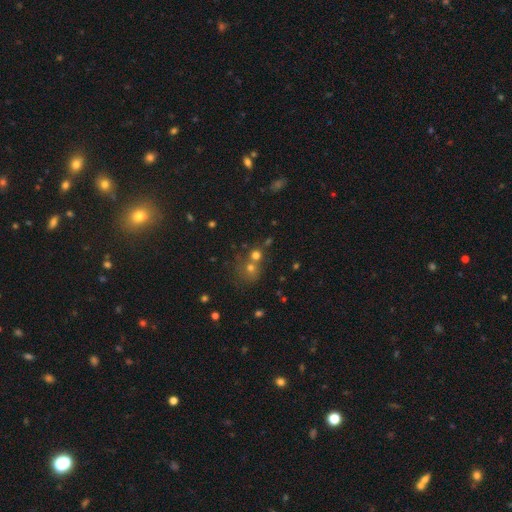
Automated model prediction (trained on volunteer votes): The model was most divided on "merging" (2-way tie): merger: 45%, none: 45%, minor disturbance: 7%, major disturbance: 4%. More confident: how rounded — round (83%); smooth or featured — smooth (64%).